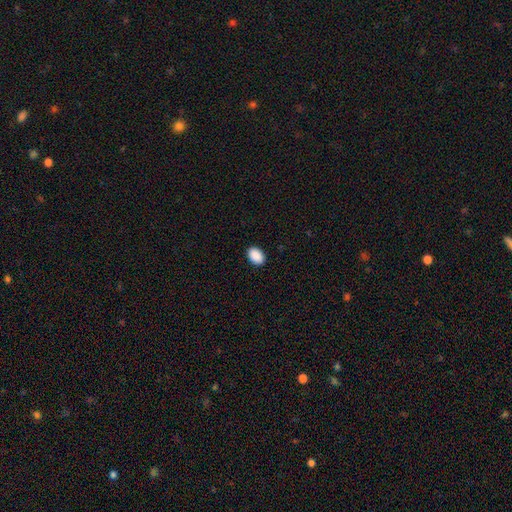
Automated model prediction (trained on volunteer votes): Smooth or featured?
  - smooth: 91% *
  - star or artifact: 7%
  - featured or disk: 2%
How rounded?
  - in between: 84% *
  - round: 15%
  - cigar-shaped: 1%
Merging?
  - none: 90% *
  - minor disturbance: 7%
  - major disturbance: 2%
  - merger: 1%